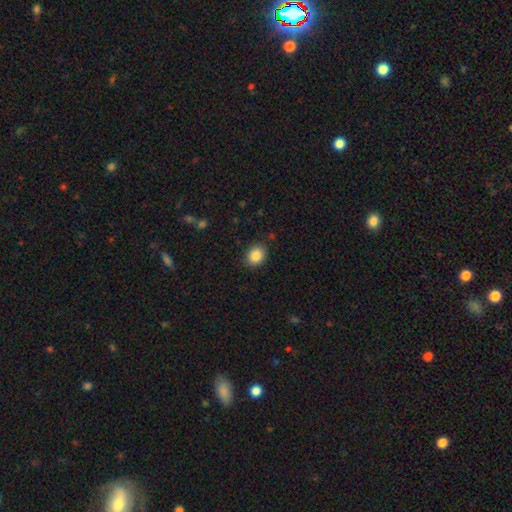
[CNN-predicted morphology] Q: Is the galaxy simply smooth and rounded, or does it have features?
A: smooth — 87%.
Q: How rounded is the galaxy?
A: round — 51%.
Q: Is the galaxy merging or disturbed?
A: none — 87%.